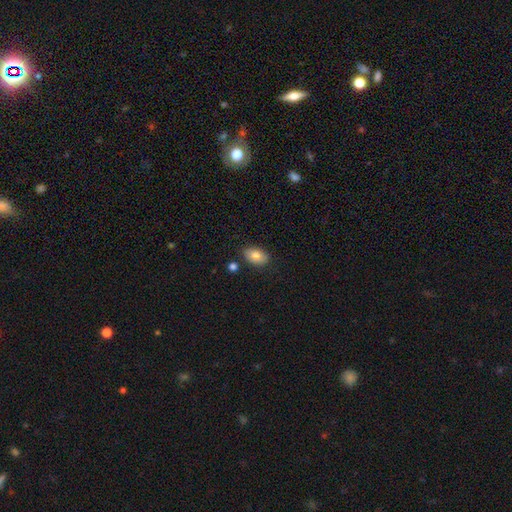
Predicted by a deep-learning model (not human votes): This appears to be a smooth galaxy with no disk features (84%) that is in between round and cigar-shaped (91%). Merging: none (83%).